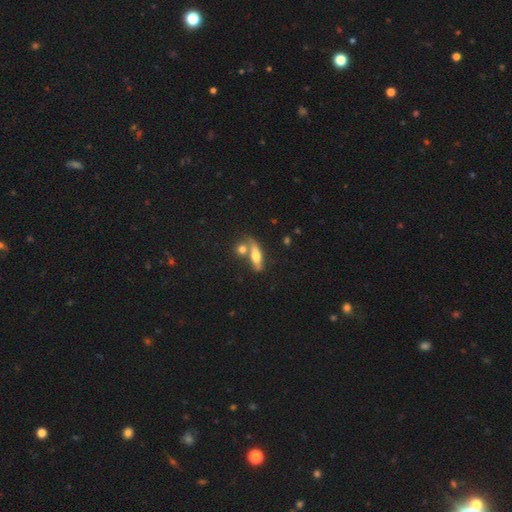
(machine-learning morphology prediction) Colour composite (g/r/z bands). It shows a smooth galaxy with no disk features (52%) that is cigar-shaped (51%). Merging: none (56%).